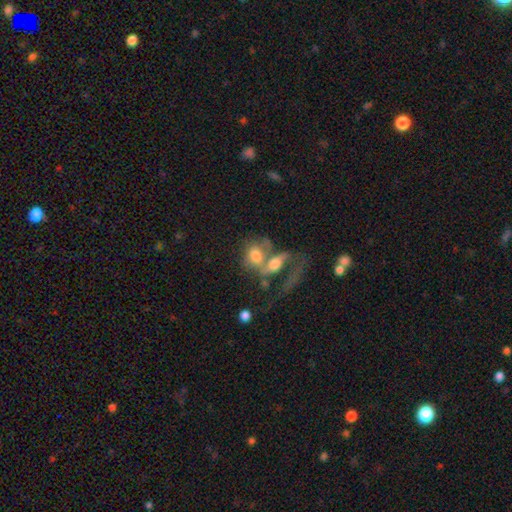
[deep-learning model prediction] A smooth galaxy with no disk features (51%) that is in between round and cigar-shaped (72%).

Vote fractions:
- Smooth or featured? smooth: 51% / featured or disk: 39% / star or artifact: 10%
- How rounded? in between: 72% / round: 24% / cigar-shaped: 4%
- Merging? merger: 70% / none: 13% / major disturbance: 12% / minor disturbance: 6%